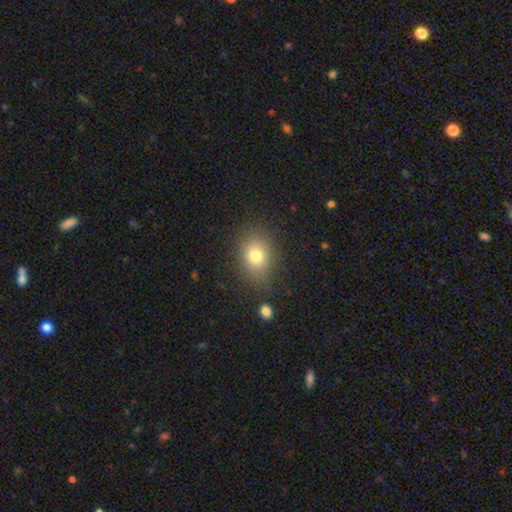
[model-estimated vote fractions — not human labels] Smooth or featured? Predicted: smooth (p=0.76). How rounded? Predicted: round (p=0.52). Merging? Predicted: none (p=0.81).